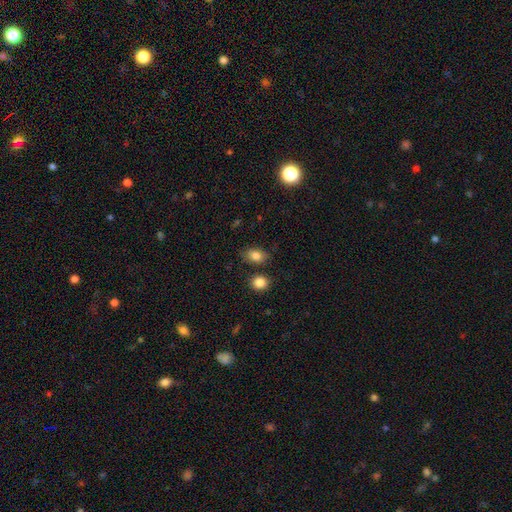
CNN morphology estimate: Smooth or featured?
  - smooth: 83% *
  - star or artifact: 10%
  - featured or disk: 7%
How rounded?
  - in between: 75% *
  - round: 24%
  - cigar-shaped: 2%
Merging?
  - none: 76% *
  - minor disturbance: 14%
  - merger: 7%
  - major disturbance: 3%